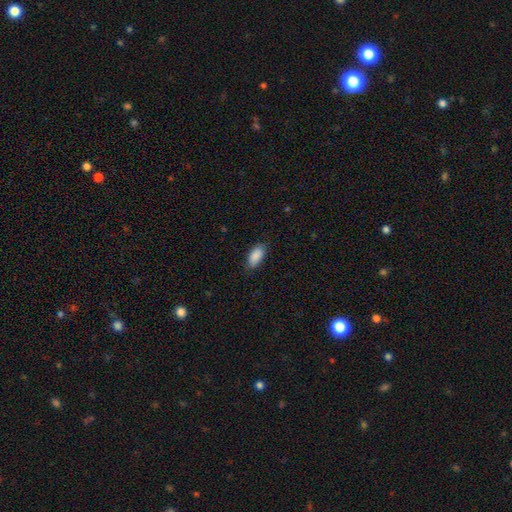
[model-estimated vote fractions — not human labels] This appears to be a smooth galaxy with no disk features (88%) that is in between round and cigar-shaped (91%). Merging: none (79%).